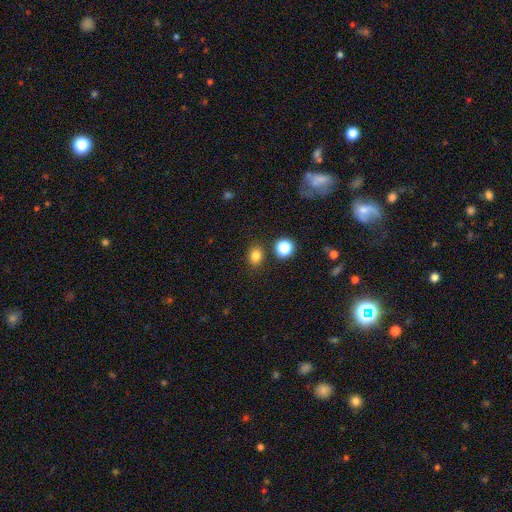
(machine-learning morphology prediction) smooth 81%, star or artifact 14%, featured or disk 5%. Down the decision tree: how rounded — round (54%); merging — none (84%).